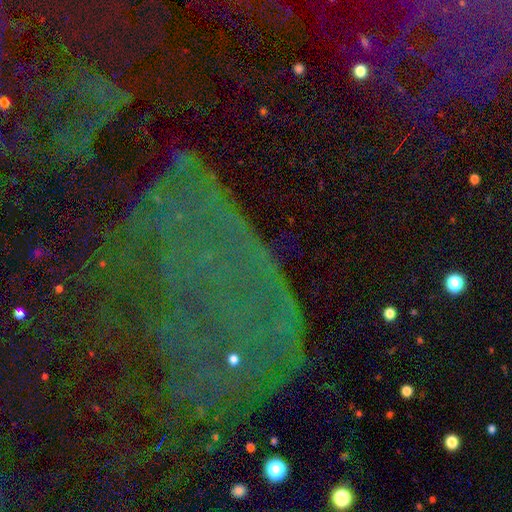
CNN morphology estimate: Q: Smooth or featured?
A: star or artifact (72%); runner-up: featured or disk (16%)